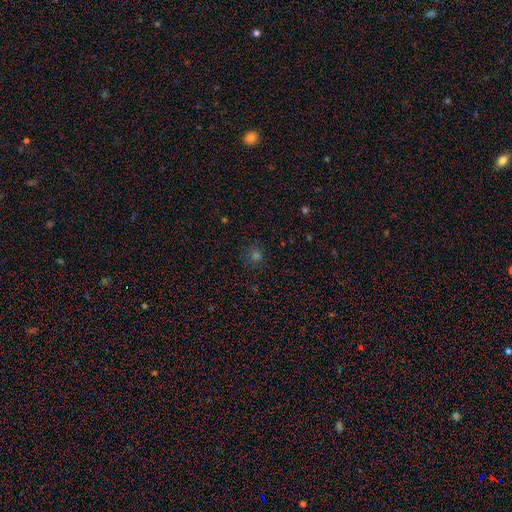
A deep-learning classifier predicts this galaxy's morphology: This appears to be a smooth galaxy with no disk features (60%) that is round (84%). Merging: none (83%).